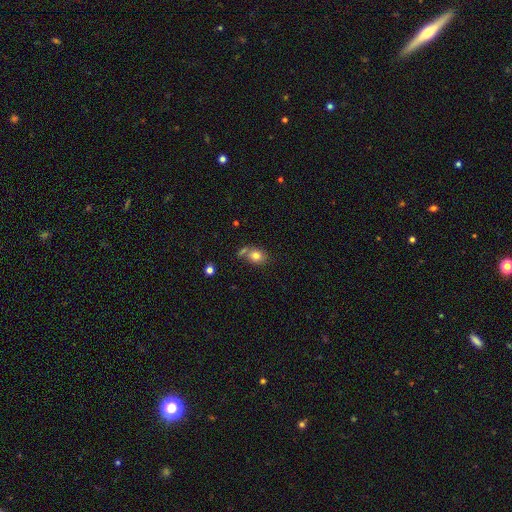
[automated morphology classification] Overall: smooth (78%). How rounded: in between (51%; round 48%). Merging: none (57%; merger 22%).